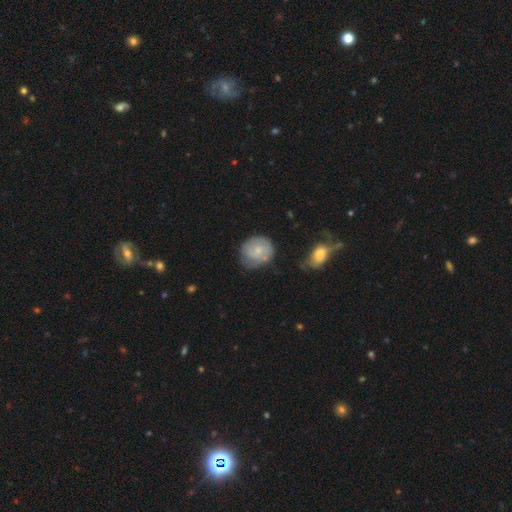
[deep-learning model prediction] The model was most divided on "smooth or featured": featured or disk: 46%, smooth: 45%, star or artifact: 10%. More confident: merging — none (69%).